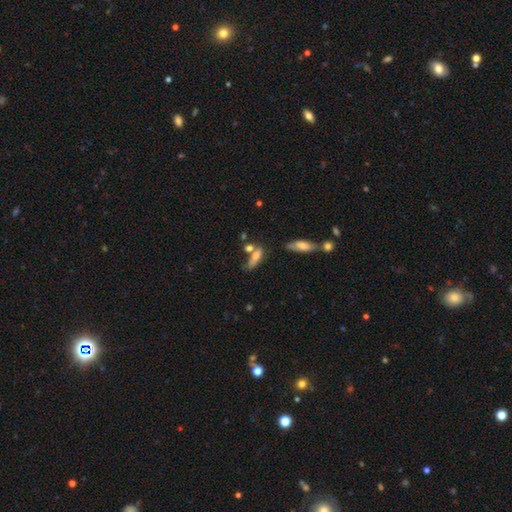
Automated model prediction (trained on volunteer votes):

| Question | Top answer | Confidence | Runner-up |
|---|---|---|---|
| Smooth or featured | smooth | 62% | featured or disk (29%) |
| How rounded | in between | 54% | cigar-shaped (41%) |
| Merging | none | 39% | merger (32%) |